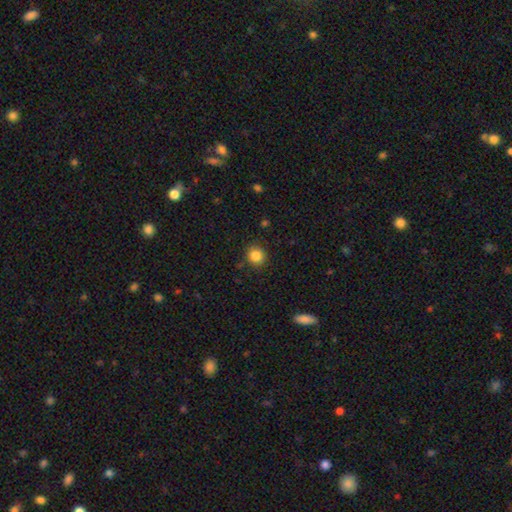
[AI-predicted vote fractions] A smooth galaxy with no disk features (85%) that is round (87%).

Vote fractions:
- Smooth or featured? smooth: 85% / star or artifact: 10% / featured or disk: 4%
- How rounded? round: 87% / in between: 12% / cigar-shaped: 1%
- Merging? none: 88% / minor disturbance: 8% / major disturbance: 2% / merger: 1%